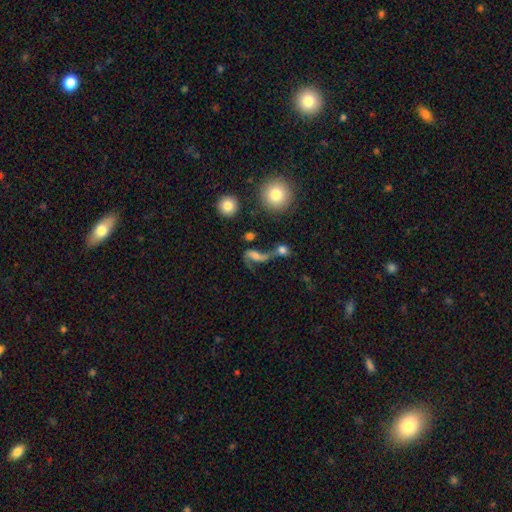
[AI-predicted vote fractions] Smooth or featured: featured or disk — 64% (smooth — 23%)
Edge-on disk: no — 94% (yes — 6%)
Bar: no — 43% (weak — 37%)
Spiral arms: yes — 85% (no — 15%)
Spiral winding: loose — 80% (medium — 16%)
Spiral arm count: 2 — 78% (1 — 16%)
Bulge size: moderate — 33% (small — 32%)
Merging: merger — 31% (none — 30%)